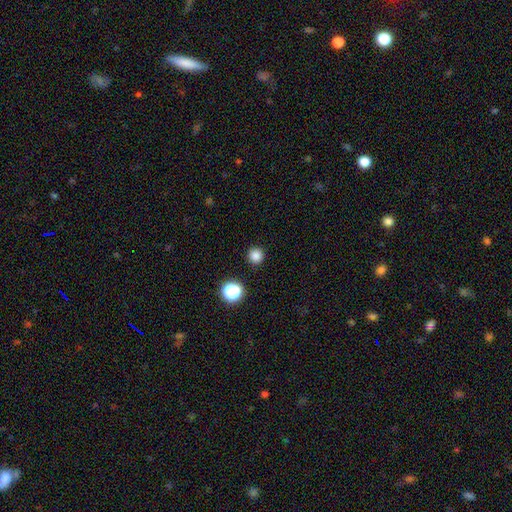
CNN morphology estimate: smooth_or_featured: smooth (p=0.83) [alt: star or artifact p=0.14]
how_rounded: round (p=0.95) [alt: in between p=0.04]
merging: none (p=0.92) [alt: minor disturbance p=0.05]